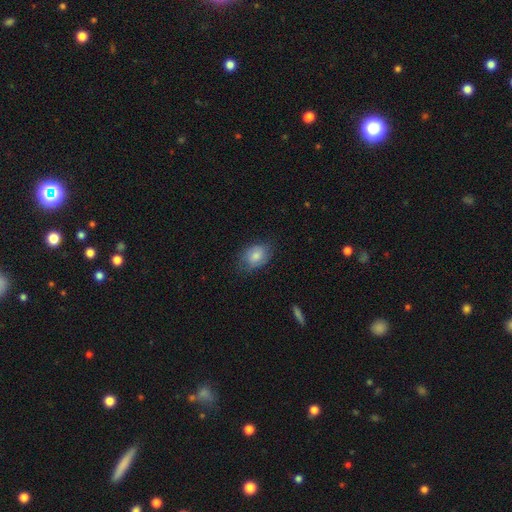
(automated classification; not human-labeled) Smooth or featured? Predicted: smooth (p=0.75). How rounded? Predicted: in between (p=0.69). Merging? Predicted: none (p=0.69).